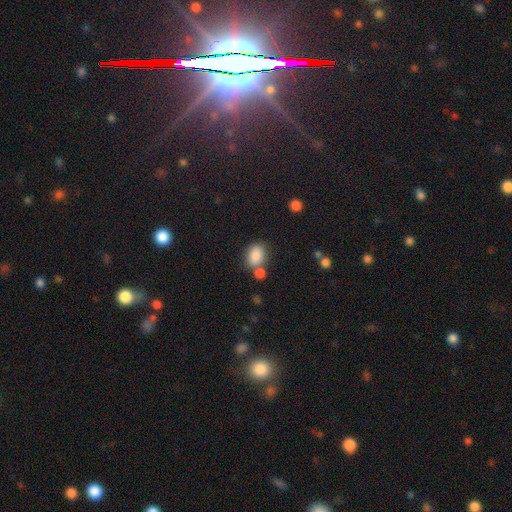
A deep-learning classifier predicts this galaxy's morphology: The model was most divided on "merging": none: 54%, merger: 27%, minor disturbance: 15%, major disturbance: 5%. More confident: smooth or featured — smooth (85%); how rounded — in between (71%).